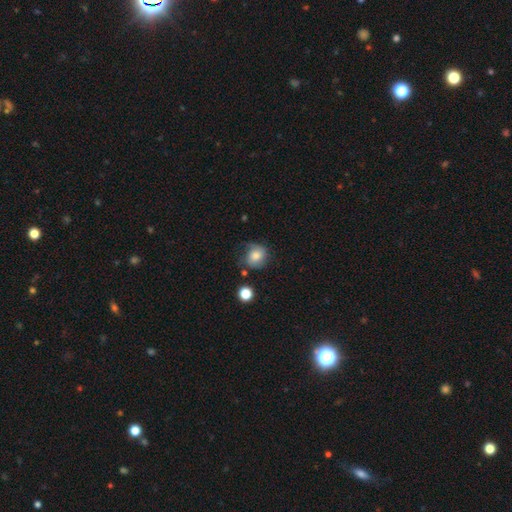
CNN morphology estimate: This appears to be a smooth galaxy with no disk features (66%) that is round (70%). Merging: none (52%).